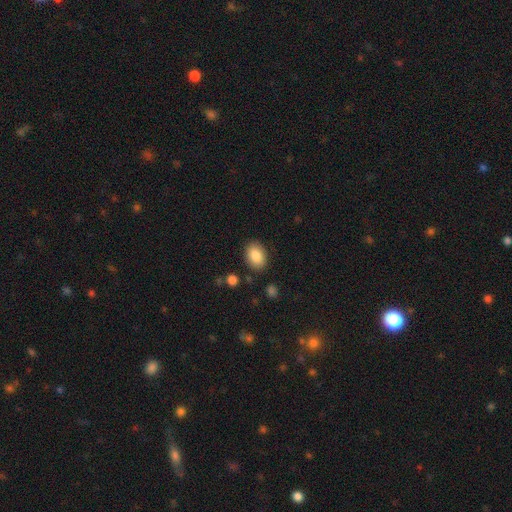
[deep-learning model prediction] This is clearly a smooth galaxy (87%). How rounded: likely in between (80%). Merging: clearly none (86%).